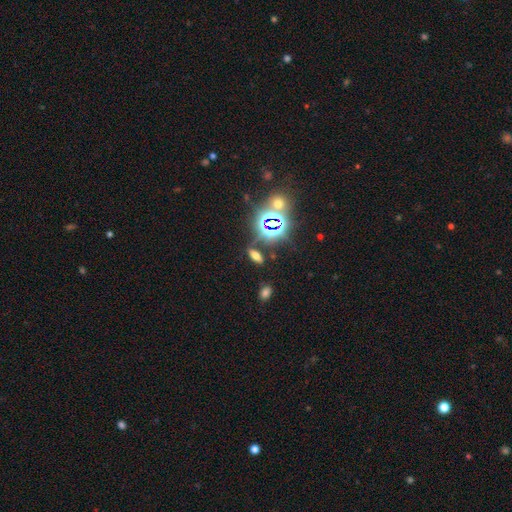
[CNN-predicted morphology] smooth 48%, star or artifact 36%, featured or disk 16%. Down the decision tree: merging — none (81%).